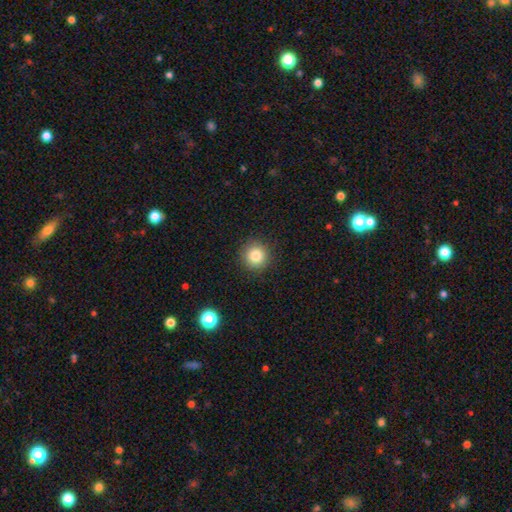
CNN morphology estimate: smooth-or-featured: smooth: 82% | star or artifact: 11% | featured or disk: 7%
  how-rounded: round: 94% | in between: 5% | cigar-shaped: 1%
  merging: none: 91% | minor disturbance: 6% | major disturbance: 2% | merger: 1%